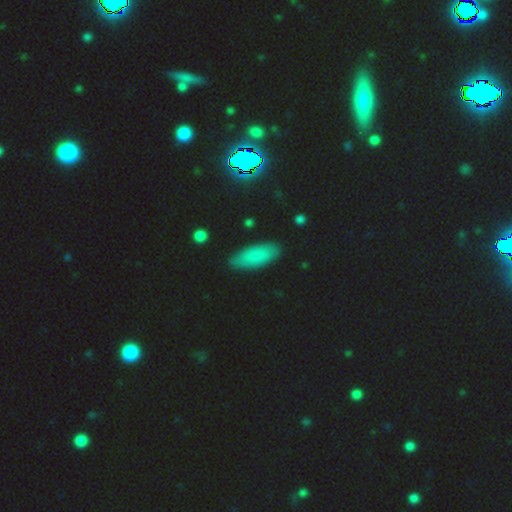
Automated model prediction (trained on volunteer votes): This appears to be a smooth galaxy with no disk features (74%) that is in between round and cigar-shaped (75%). Merging: none (87%).